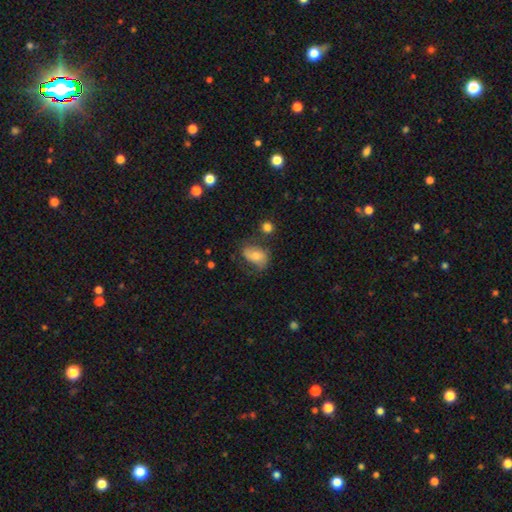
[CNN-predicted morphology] Smooth or featured? smooth (58%)
How rounded? in between (82%)
Merging? none (48%)